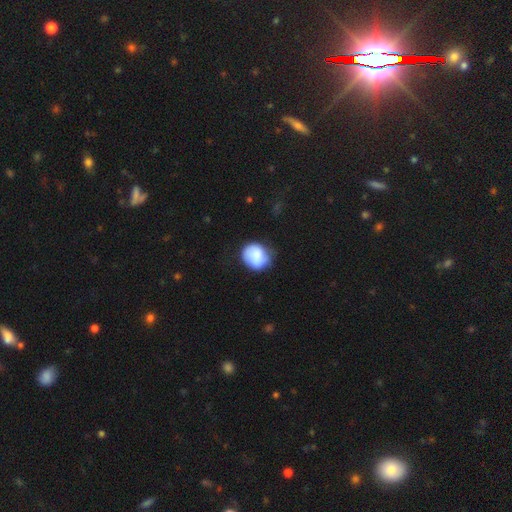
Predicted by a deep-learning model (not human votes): This appears to be a smooth galaxy with no disk features (81%) that is round (72%). Merging: none (60%).